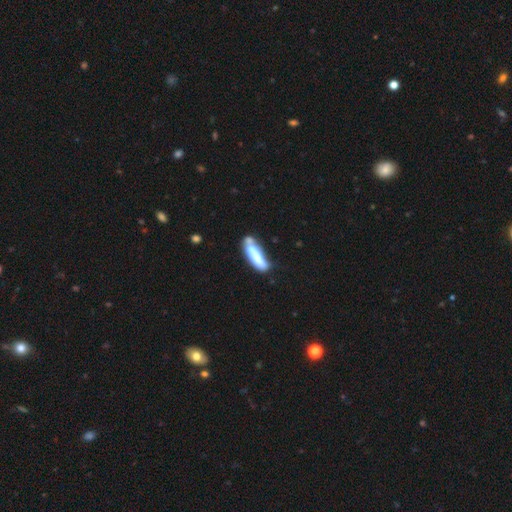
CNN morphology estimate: Smooth or featured? Predicted: smooth (p=0.60). How rounded? Predicted: cigar-shaped (p=0.57). Merging? Predicted: none (p=0.39).